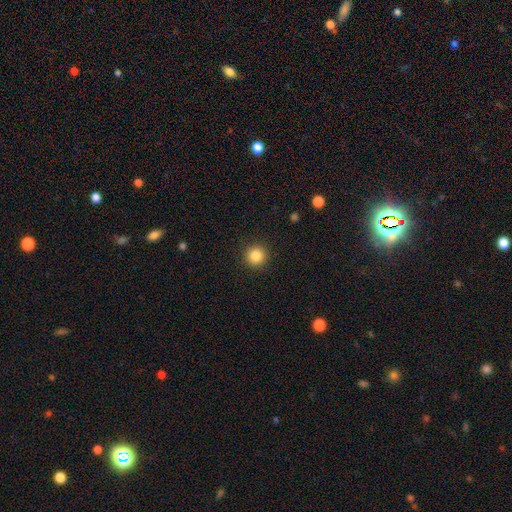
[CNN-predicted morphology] Smooth or featured?
  - smooth: 85% *
  - star or artifact: 11%
  - featured or disk: 4%
How rounded?
  - round: 95% *
  - in between: 4%
  - cigar-shaped: 1%
Merging?
  - none: 92% *
  - minor disturbance: 5%
  - major disturbance: 2%
  - merger: 1%